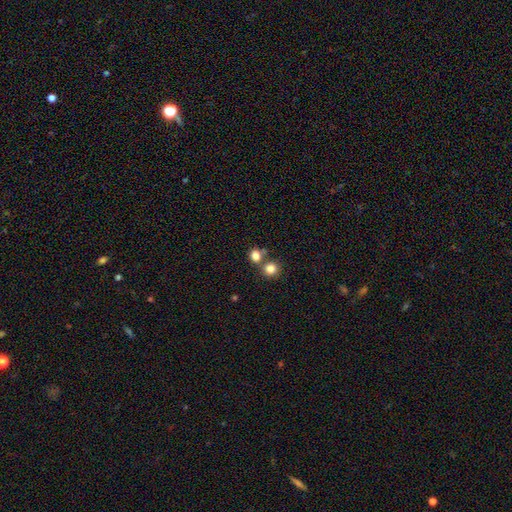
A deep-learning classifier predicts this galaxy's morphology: smooth 81%, star or artifact 13%, featured or disk 7%. Down the decision tree: how rounded — round (78%); merging — none (57%).